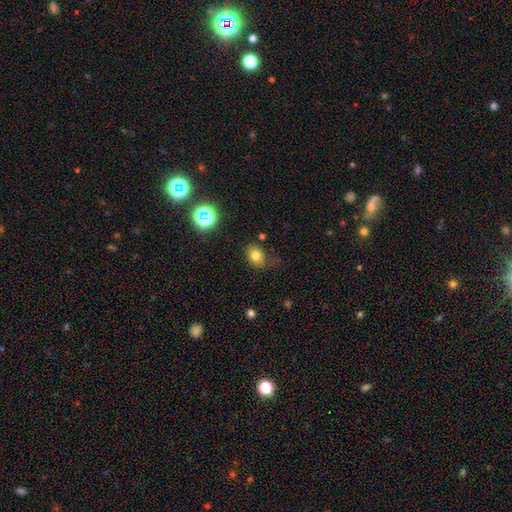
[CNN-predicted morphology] Overall: smooth (77%). How rounded: in between (62%; round 37%). Merging: none (67%).